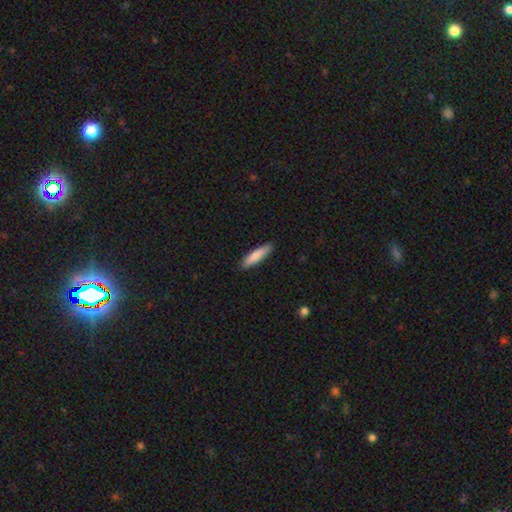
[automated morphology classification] Smooth or featured? smooth (84%)
How rounded? cigar-shaped (80%)
Merging? none (90%)